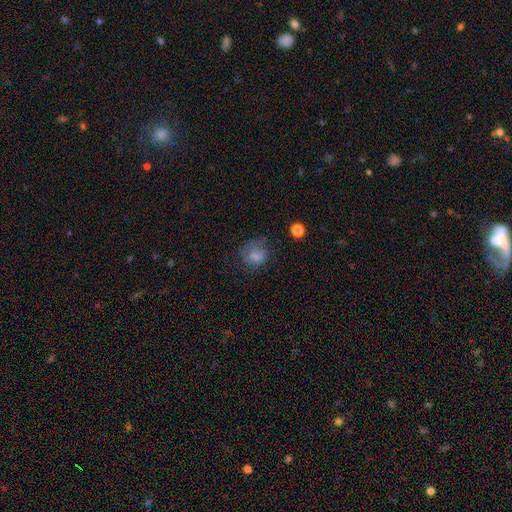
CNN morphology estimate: This appears to be a smooth galaxy with no disk features (66%) that is round (64%). Merging: none (46%).